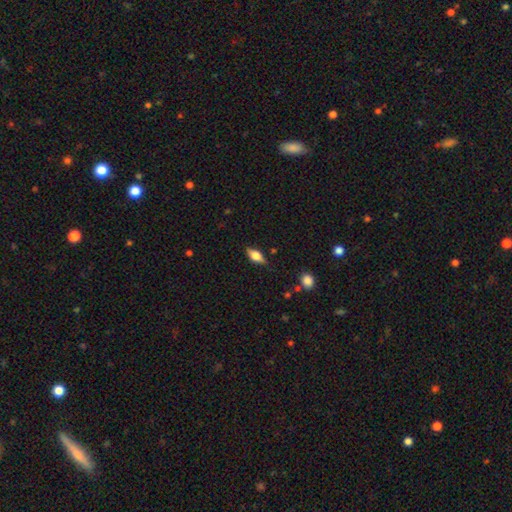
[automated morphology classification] Smooth or featured?
  - smooth: 66% *
  - featured or disk: 26%
  - star or artifact: 8%
How rounded?
  - in between: 83% *
  - cigar-shaped: 13%
  - round: 4%
Merging?
  - none: 82% *
  - minor disturbance: 14%
  - major disturbance: 3%
  - merger: 1%